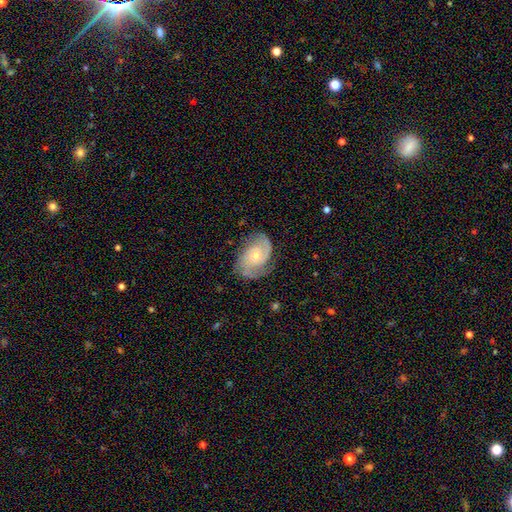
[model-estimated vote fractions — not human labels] The model was most divided on "spiral winding": tight: 46%, medium: 42%, loose: 12%. More confident: edge-on disk — no (97%); spiral arms — yes (96%); smooth or featured — featured or disk (84%); merging — none (75%); bar — no (70%); spiral arm count — 2 (70%); bulge size — small (55%).